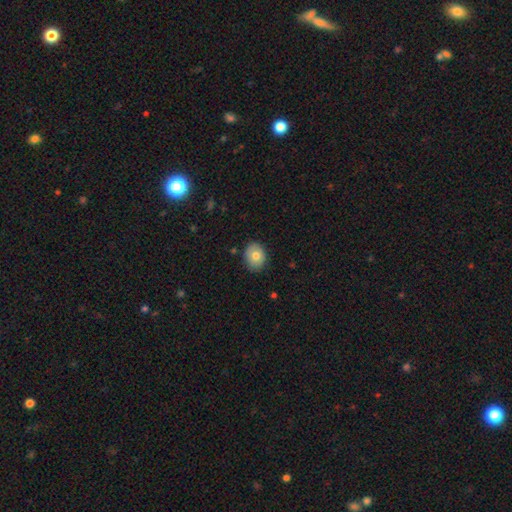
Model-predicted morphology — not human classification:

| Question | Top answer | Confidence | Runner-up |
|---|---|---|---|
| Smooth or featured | smooth | 77% | featured or disk (15%) |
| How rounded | round | 50% | in between (49%) |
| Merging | none | 85% | minor disturbance (12%) |